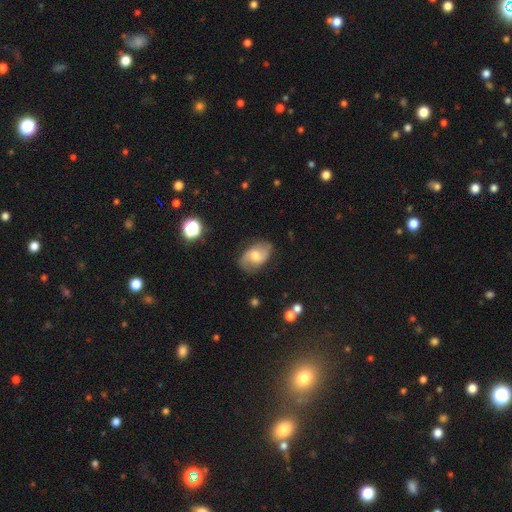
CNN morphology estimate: Smooth or featured? Predicted: featured or disk (p=0.63). Edge-on disk? Predicted: no (p=0.96). Bar? Predicted: no (p=0.52). Spiral arms? Predicted: yes (p=0.86). Spiral winding? Predicted: loose (p=0.43). Spiral arm count? Predicted: 2 (p=0.86). Bulge size? Predicted: moderate (p=0.67). Merging? Predicted: none (p=0.76).